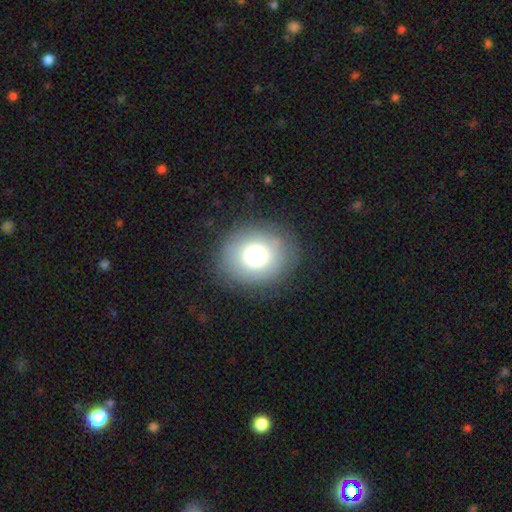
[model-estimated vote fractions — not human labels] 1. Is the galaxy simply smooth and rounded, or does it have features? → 74% smooth, 14% featured or disk, 12% star or artifact.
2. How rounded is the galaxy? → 76% round, 23% in between, 1% cigar-shaped.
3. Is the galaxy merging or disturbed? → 83% none, 11% minor disturbance, 5% major disturbance, 1% merger.